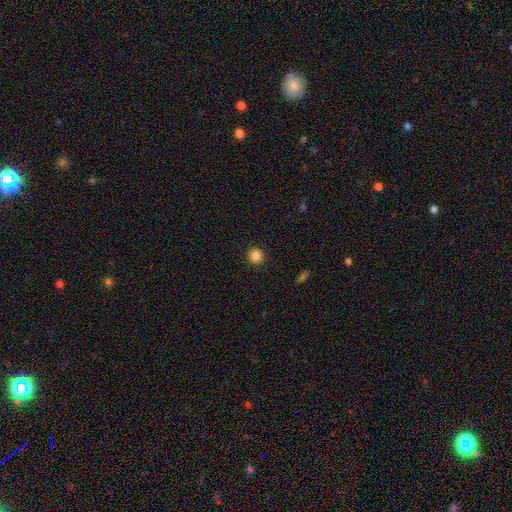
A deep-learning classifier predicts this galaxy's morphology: type=smooth (86%); roundness=round (93%); merging=none (92%).